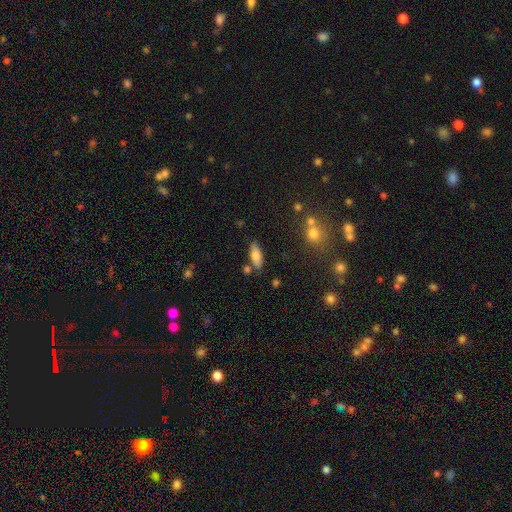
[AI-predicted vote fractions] Smooth or featured: smooth — 74% (featured or disk — 18%)
How rounded: in between — 71% (cigar-shaped — 26%)
Merging: none — 77% (minor disturbance — 13%)